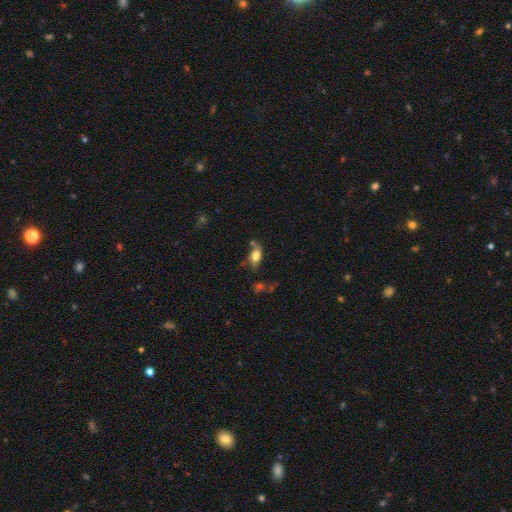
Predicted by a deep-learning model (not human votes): Overall: smooth (72%). How rounded: in between (85%). Merging: none (56%; minor disturbance 25%).